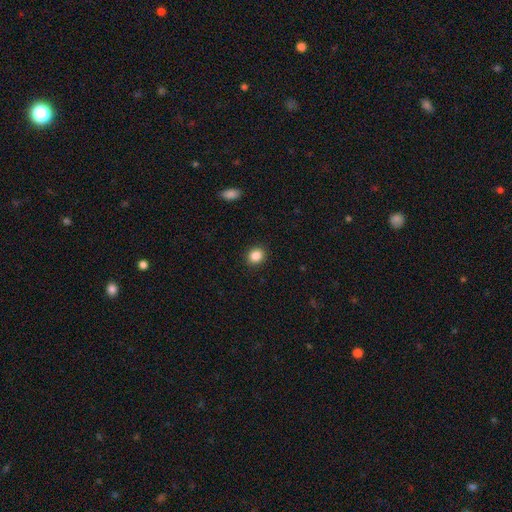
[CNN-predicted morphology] Q: Smooth or featured?
A: smooth (86%); runner-up: star or artifact (10%)
Q: How rounded?
A: round (74%); runner-up: in between (25%)
Q: Merging?
A: none (91%); runner-up: minor disturbance (6%)